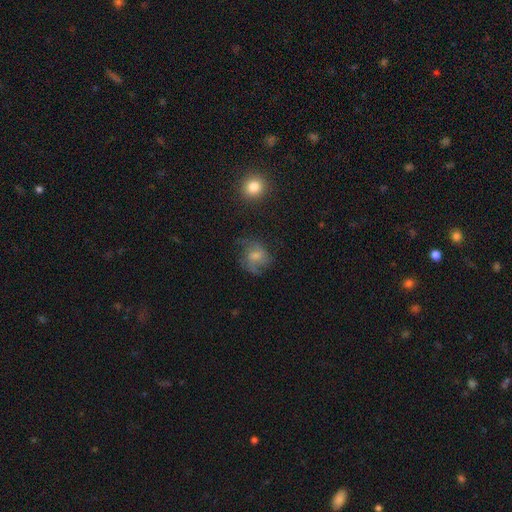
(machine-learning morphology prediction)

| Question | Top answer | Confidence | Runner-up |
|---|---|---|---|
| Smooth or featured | featured or disk | 53% | smooth (36%) |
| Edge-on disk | no | 97% | yes (3%) |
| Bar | no | 58% | weak (37%) |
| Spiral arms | yes | 82% | no (18%) |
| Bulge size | small | 40% | moderate (38%) |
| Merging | none | 52% | minor disturbance (24%) |